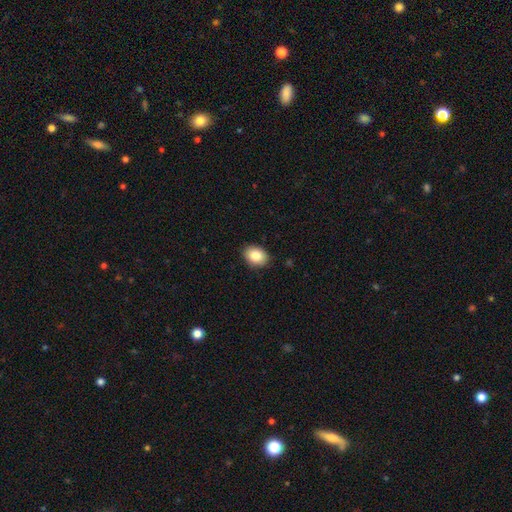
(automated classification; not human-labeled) A smooth galaxy with no disk features (85%) that is in between round and cigar-shaped (69%).

Vote fractions:
- Smooth or featured? smooth: 85% / star or artifact: 8% / featured or disk: 7%
- How rounded? in between: 69% / round: 30% / cigar-shaped: 1%
- Merging? none: 88% / minor disturbance: 9% / major disturbance: 2% / merger: 1%